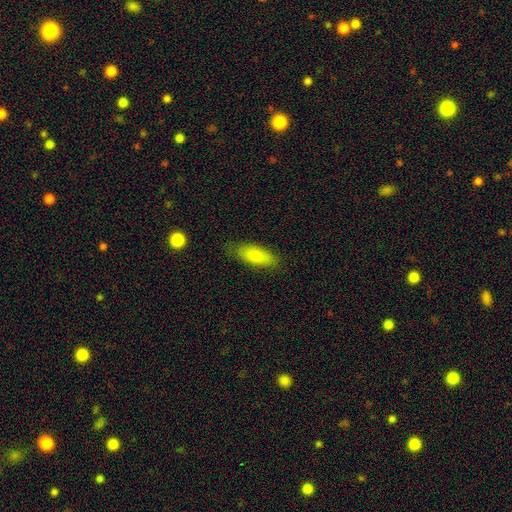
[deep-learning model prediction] Smooth or featured? Predicted: smooth (p=0.86). How rounded? Predicted: in between (p=0.78). Merging? Predicted: none (p=0.81).